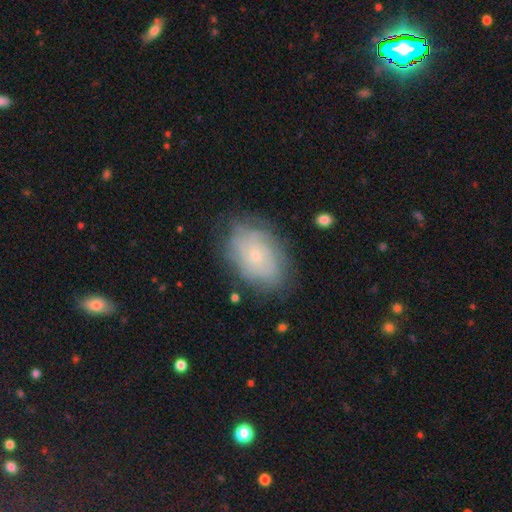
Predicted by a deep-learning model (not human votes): The model was most divided on "smooth or featured": featured or disk: 55%, smooth: 36%, star or artifact: 9%. More confident: edge-on disk — no (96%); bar — no (85%); bulge size — small (77%); spiral arms — yes (74%); merging — none (73%).